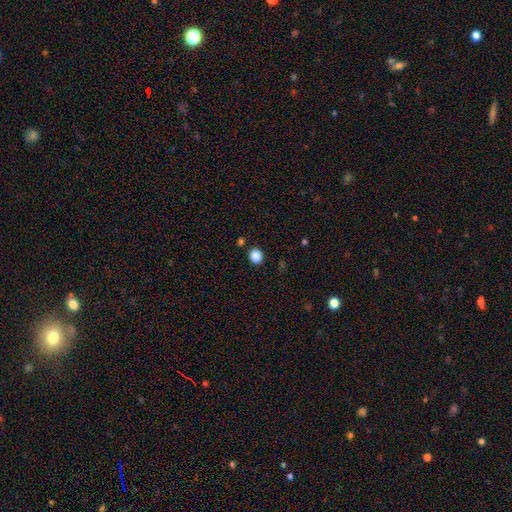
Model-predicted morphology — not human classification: A smooth galaxy with no disk features (87%) that is round (79%). Merging: none (89%).